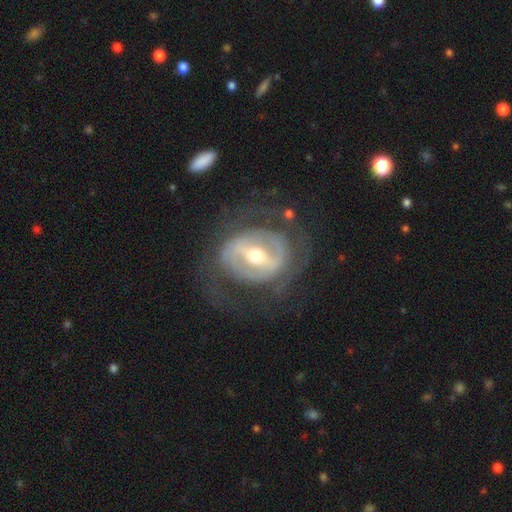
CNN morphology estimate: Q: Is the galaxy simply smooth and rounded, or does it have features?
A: featured or disk — 82%.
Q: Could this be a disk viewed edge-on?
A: no — 94%.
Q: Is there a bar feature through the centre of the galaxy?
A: strong — 59%.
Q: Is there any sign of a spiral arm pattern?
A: yes — 58%.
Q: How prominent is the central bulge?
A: moderate — 70%.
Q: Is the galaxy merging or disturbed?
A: none — 67%.